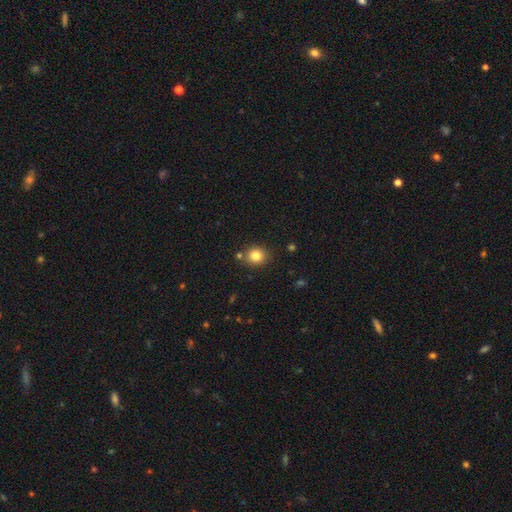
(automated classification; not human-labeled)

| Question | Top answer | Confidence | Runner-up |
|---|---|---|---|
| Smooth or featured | smooth | 82% | star or artifact (12%) |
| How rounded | round | 79% | in between (20%) |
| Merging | none | 81% | minor disturbance (9%) |